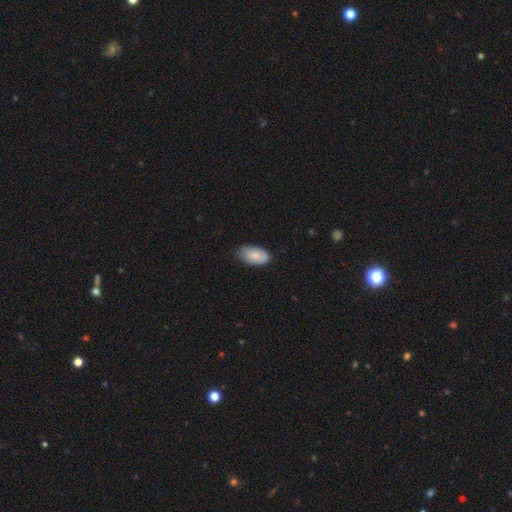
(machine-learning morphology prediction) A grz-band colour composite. It shows a smooth galaxy with no disk features (81%) that is in between round and cigar-shaped (95%). Merging: none (71%).